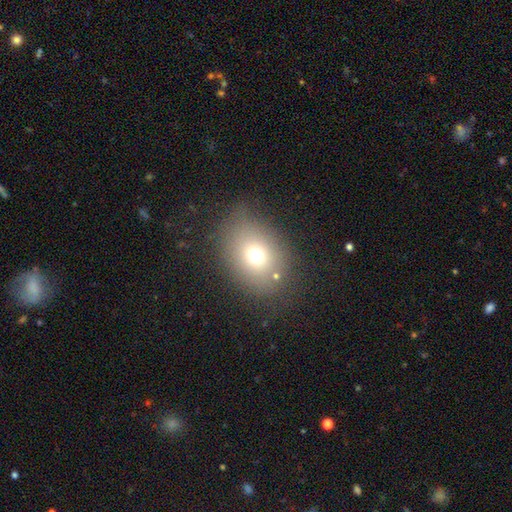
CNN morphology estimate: smooth 69%, star or artifact 17%, featured or disk 14%. Down the decision tree: how rounded — in between (56%); merging — none (73%).